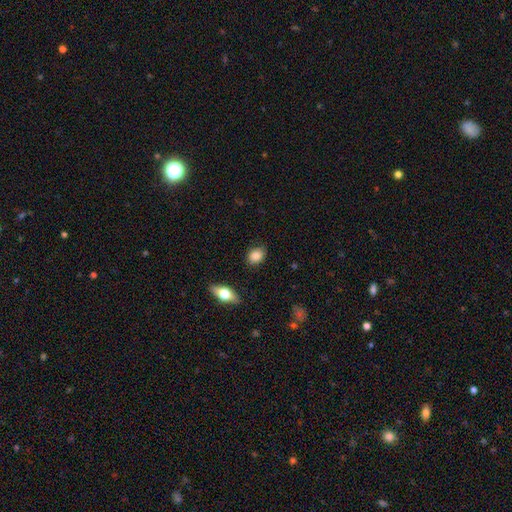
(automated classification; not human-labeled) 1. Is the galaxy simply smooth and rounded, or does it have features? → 84% smooth, 8% featured or disk, 8% star or artifact.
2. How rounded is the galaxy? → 60% in between, 38% round, 2% cigar-shaped.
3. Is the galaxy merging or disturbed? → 83% none, 13% minor disturbance, 3% major disturbance, 2% merger.